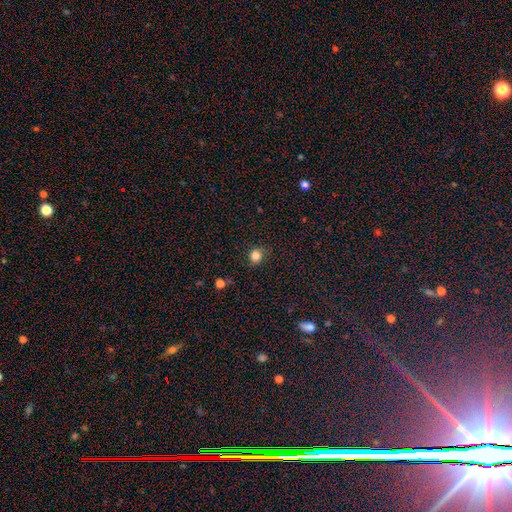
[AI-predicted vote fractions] Smooth or featured? smooth (83%)
How rounded? round (82%)
Merging? none (84%)